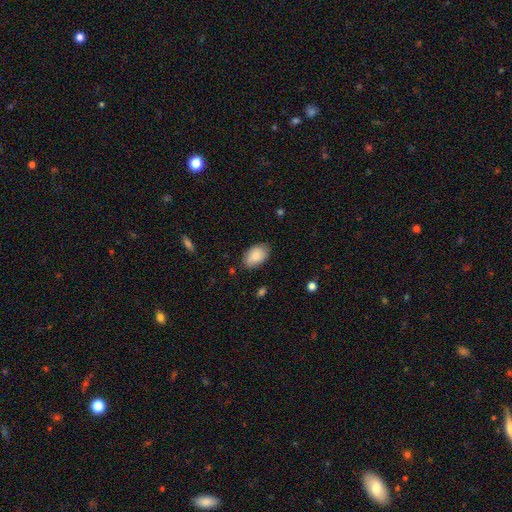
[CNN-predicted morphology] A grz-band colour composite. It shows a smooth galaxy with no disk features (86%) that is in between round and cigar-shaped (91%). Merging: none (81%).